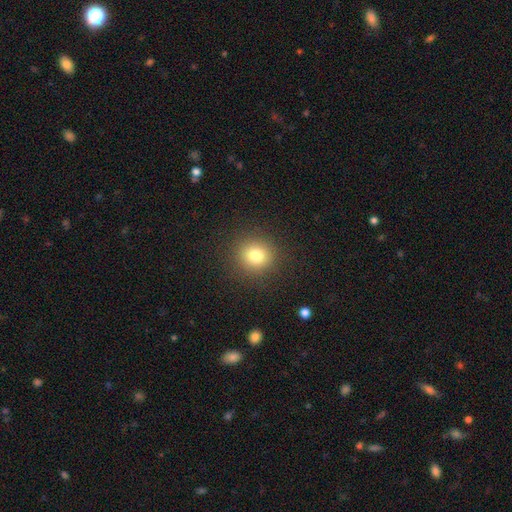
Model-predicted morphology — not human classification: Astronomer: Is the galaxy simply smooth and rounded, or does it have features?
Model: smooth — 79%.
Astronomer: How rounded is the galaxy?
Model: round — 90%.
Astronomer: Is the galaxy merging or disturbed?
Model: none — 90%.